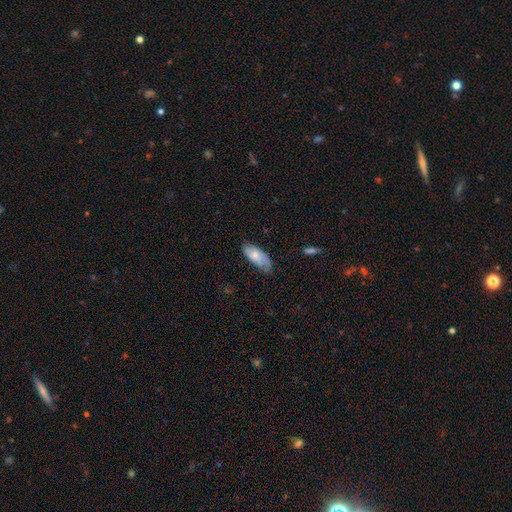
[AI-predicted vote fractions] This appears to be a smooth galaxy with no disk features (58%) that is in between round and cigar-shaped (84%). Merging: none (60%).